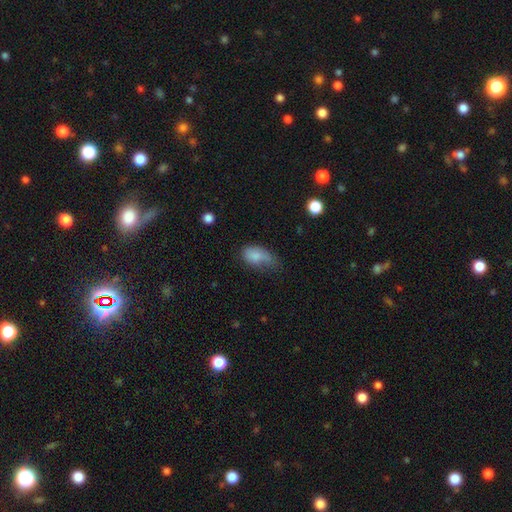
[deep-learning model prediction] Q: Smooth or featured?
A: smooth (80%); runner-up: featured or disk (12%)
Q: How rounded?
A: in between (88%); runner-up: round (8%)
Q: Merging?
A: minor disturbance (41%); runner-up: none (30%)